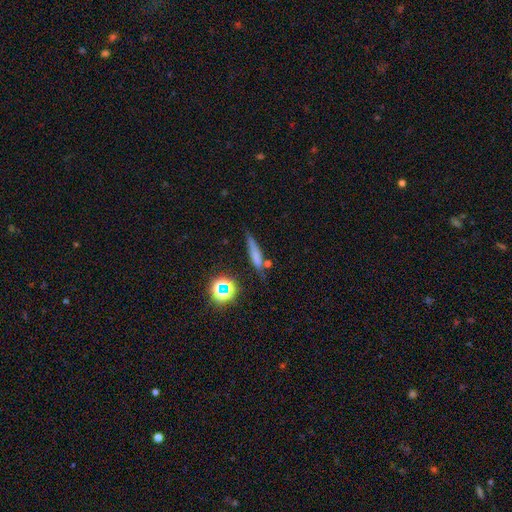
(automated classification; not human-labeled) Overall: smooth (62%). How rounded: cigar-shaped (82%). Merging: none (67%).